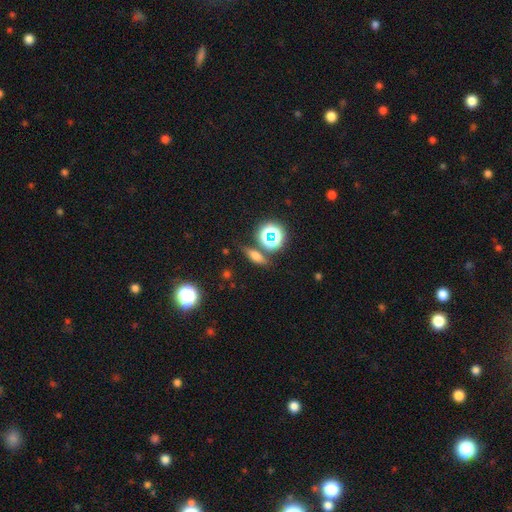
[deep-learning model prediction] A smooth galaxy with no disk features (57%) that is in between round and cigar-shaped (45%).

Vote fractions:
- Smooth or featured? smooth: 57% / star or artifact: 23% / featured or disk: 20%
- How rounded? in between: 45% / cigar-shaped: 38% / round: 17%
- Merging? none: 76% / minor disturbance: 12% / merger: 7% / major disturbance: 4%